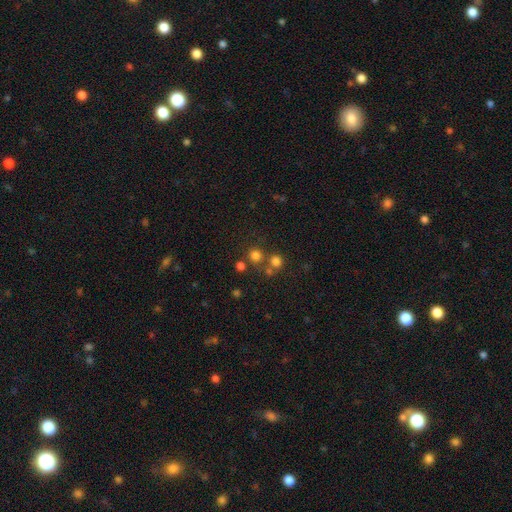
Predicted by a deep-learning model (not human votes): Morphology: type=smooth (73%); roundness=round (90%); merging=none (67%).